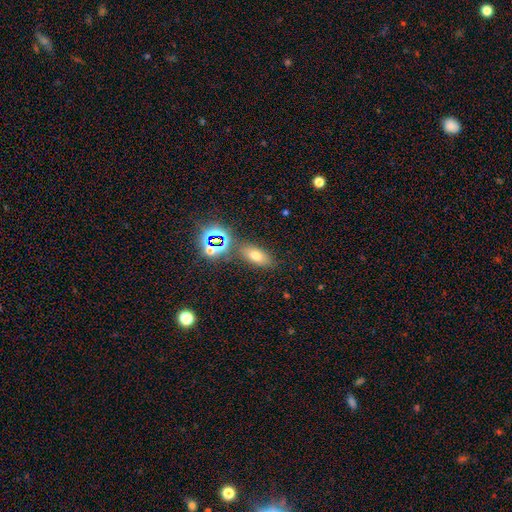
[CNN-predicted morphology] smooth 61%, star or artifact 25%, featured or disk 15%. Down the decision tree: how rounded — in between (77%); merging — none (78%).